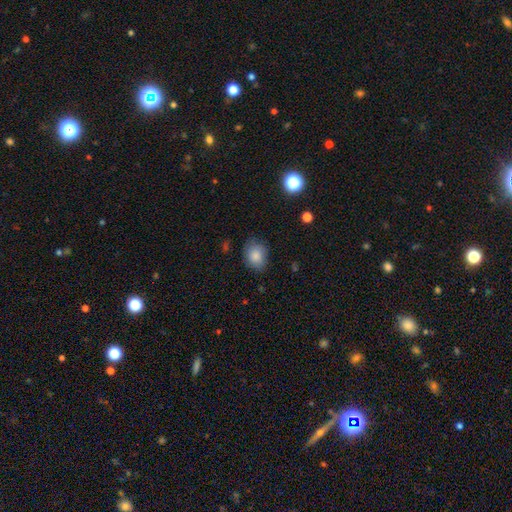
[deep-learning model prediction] Smooth or featured? smooth (84%)
How rounded? in between (54%)
Merging? none (75%)